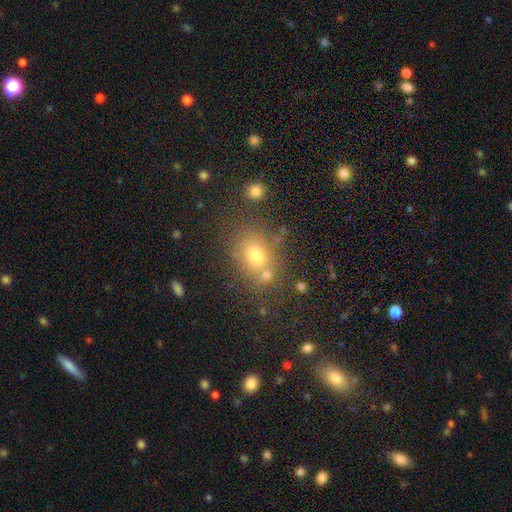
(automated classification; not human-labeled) Q: Smooth or featured?
A: smooth (74%); runner-up: star or artifact (14%)
Q: How rounded?
A: in between (60%); runner-up: round (39%)
Q: Merging?
A: none (66%); runner-up: merger (15%)